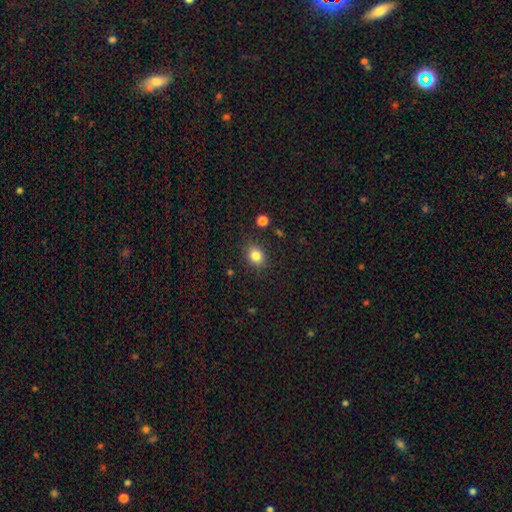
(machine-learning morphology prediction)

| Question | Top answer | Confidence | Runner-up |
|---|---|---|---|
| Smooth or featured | smooth | 83% | star or artifact (11%) |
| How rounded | in between | 50% | round (49%) |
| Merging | none | 85% | minor disturbance (10%) |